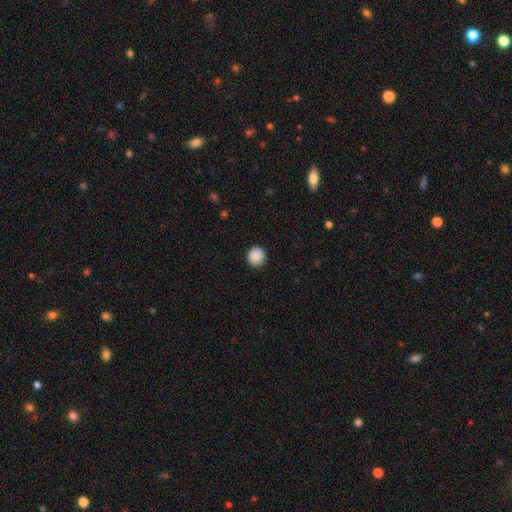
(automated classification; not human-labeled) Smooth or featured: smooth — 89% (star or artifact — 8%)
How rounded: round — 93% (in between — 6%)
Merging: none — 91% (minor disturbance — 7%)